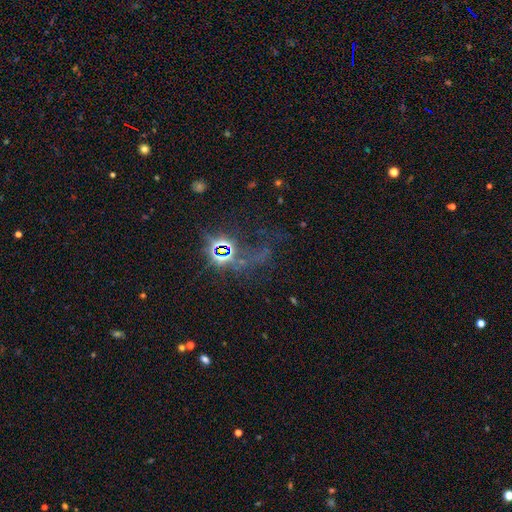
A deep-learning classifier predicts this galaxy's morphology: A star or artifact, not a galaxy (41%).